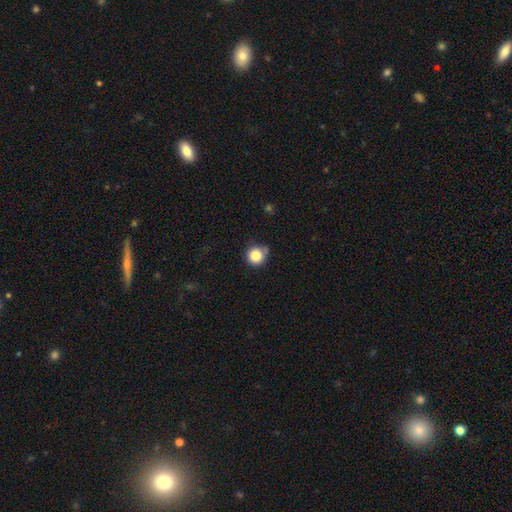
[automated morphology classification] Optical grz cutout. It shows a smooth galaxy with no disk features (83%) that is round (94%). Merging: none (72%).